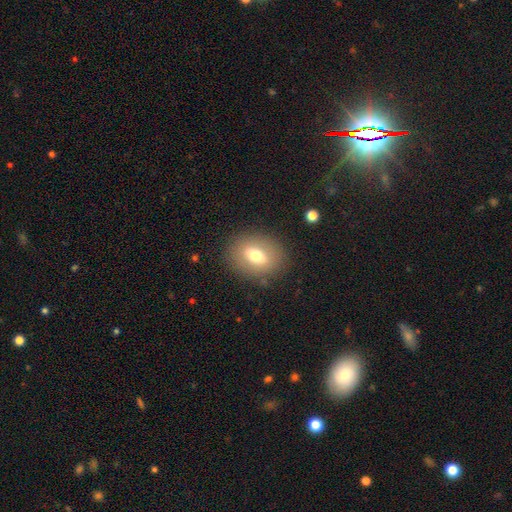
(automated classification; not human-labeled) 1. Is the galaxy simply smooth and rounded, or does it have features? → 64% smooth, 27% featured or disk, 9% star or artifact.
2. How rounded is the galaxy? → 63% in between, 35% round, 2% cigar-shaped.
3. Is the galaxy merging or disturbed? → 84% none, 10% minor disturbance, 4% major disturbance, 1% merger.